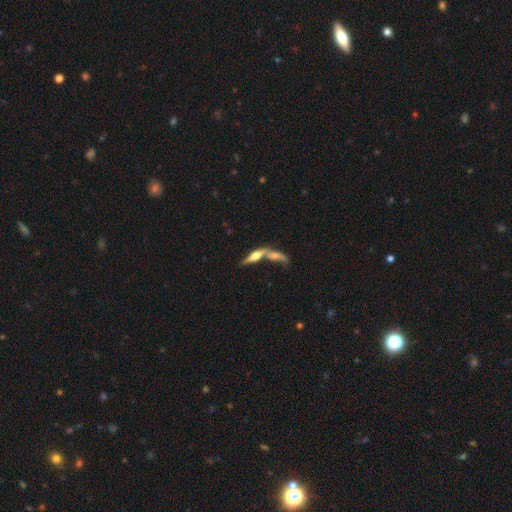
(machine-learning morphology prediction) Smooth or featured?
  - featured or disk: 60% *
  - smooth: 32%
  - star or artifact: 8%
Edge-on disk?
  - yes: 86% *
  - no: 14%
Edge-on bulge?
  - rounded: 90% *
  - boxy: 6%
  - none: 4%
Merging?
  - merger: 58% *
  - none: 29%
  - minor disturbance: 8%
  - major disturbance: 5%